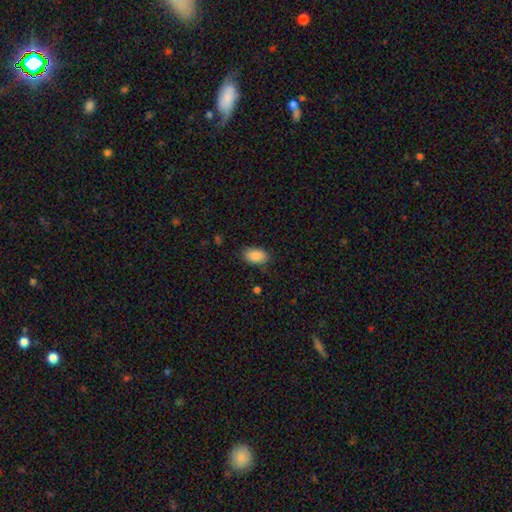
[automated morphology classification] smooth-or-featured: smooth: 88% | star or artifact: 7% | featured or disk: 5%
  how-rounded: in between: 91% | round: 8% | cigar-shaped: 1%
  merging: none: 83% | minor disturbance: 13% | major disturbance: 3% | merger: 1%